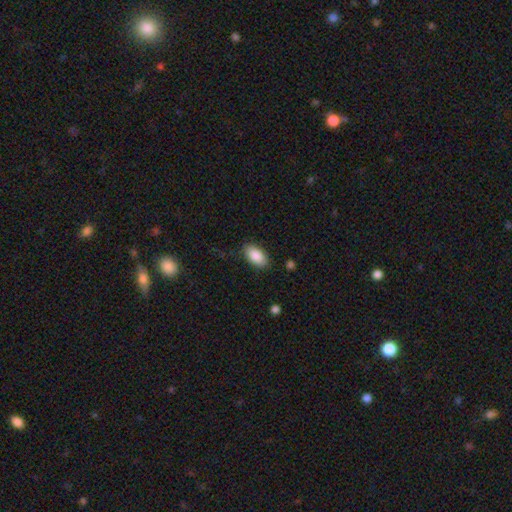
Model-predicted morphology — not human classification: The model was most divided on "merging": none: 85%, minor disturbance: 11%, major disturbance: 3%, merger: 1%. More confident: how rounded — in between (94%); smooth or featured — smooth (88%).